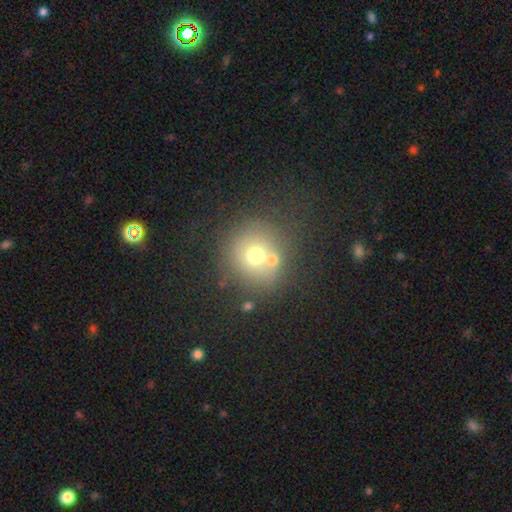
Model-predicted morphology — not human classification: Q: Smooth or featured?
A: smooth (65%); runner-up: featured or disk (19%)
Q: How rounded?
A: round (89%); runner-up: in between (10%)
Q: Merging?
A: none (60%); runner-up: merger (24%)